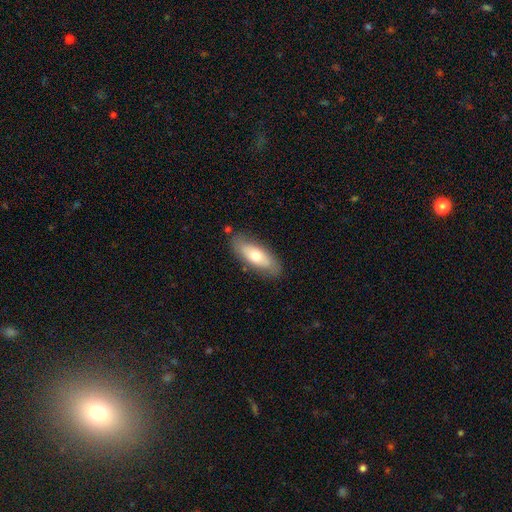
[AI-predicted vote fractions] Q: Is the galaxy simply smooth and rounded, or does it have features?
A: smooth — 61%.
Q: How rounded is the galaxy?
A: in between — 71%.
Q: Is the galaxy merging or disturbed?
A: none — 79%.